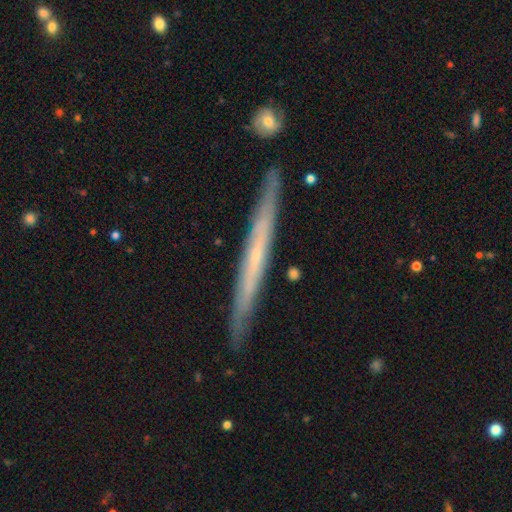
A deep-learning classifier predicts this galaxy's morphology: A featured or disk galaxy (66%) viewed edge-on (94%) with no central bulge (81%). Merging: none (88%).